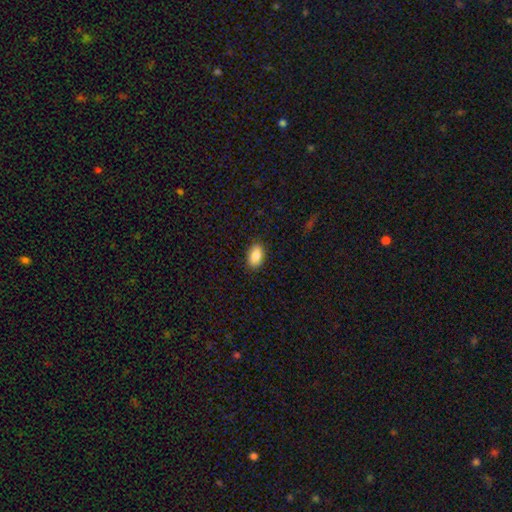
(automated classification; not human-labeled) smooth_or_featured: smooth (p=0.87) [alt: star or artifact p=0.07]
how_rounded: in between (p=0.91) [alt: round p=0.07]
merging: none (p=0.89) [alt: minor disturbance p=0.08]